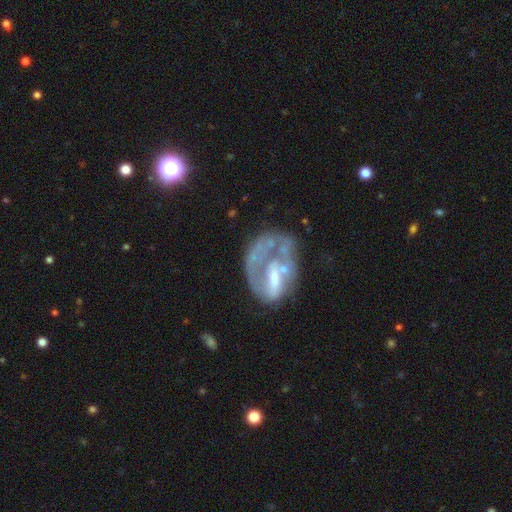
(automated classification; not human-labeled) Smooth or featured: featured or disk — 68% (smooth — 22%)
Edge-on disk: no — 97% (yes — 3%)
Bar: no — 59% (weak — 28%)
Spiral arms: no — 63% (yes — 37%)
Bulge size: moderate — 33% (none — 32%)
Merging: major disturbance — 38% (none — 32%)